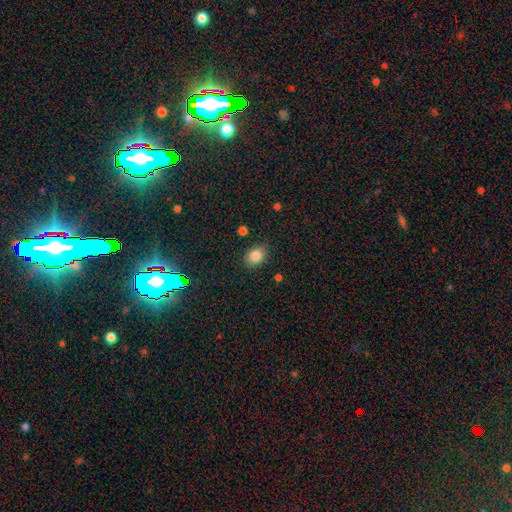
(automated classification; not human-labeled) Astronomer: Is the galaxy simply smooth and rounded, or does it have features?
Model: smooth — 83%.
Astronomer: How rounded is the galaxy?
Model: in between — 62% (runner-up: round, 37%).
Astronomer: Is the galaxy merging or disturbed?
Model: none — 82%.